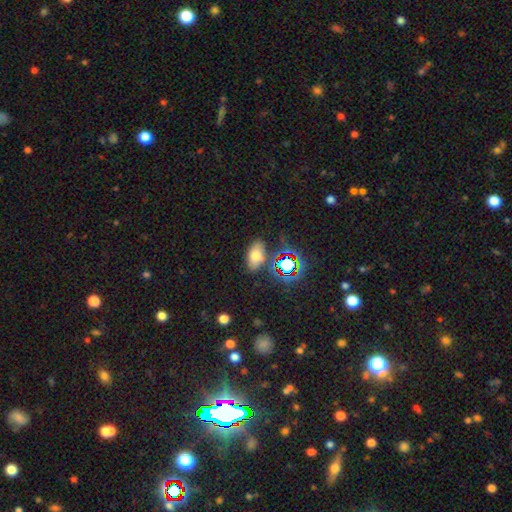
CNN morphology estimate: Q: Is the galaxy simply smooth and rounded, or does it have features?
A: smooth — 65%.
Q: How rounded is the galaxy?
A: in between — 89%.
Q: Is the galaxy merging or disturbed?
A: none — 75%.